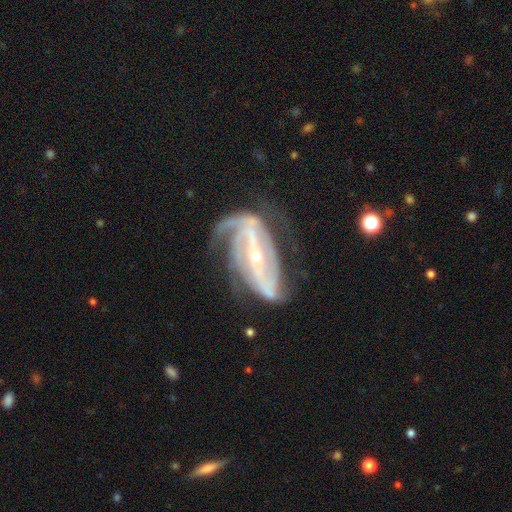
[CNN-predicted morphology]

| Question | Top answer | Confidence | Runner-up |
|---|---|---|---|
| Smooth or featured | featured or disk | 91% | star or artifact (5%) |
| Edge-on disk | no | 94% | yes (6%) |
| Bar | strong | 69% | weak (20%) |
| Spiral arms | yes | 96% | no (4%) |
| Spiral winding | medium | 43% | tight (32%) |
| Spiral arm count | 2 | 63% | 3 (13%) |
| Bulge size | small | 71% | moderate (26%) |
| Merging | none | 54% | minor disturbance (23%) |